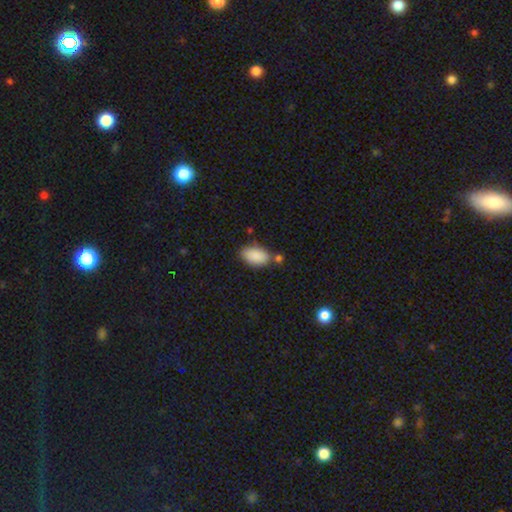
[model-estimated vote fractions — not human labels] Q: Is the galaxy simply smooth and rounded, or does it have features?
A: smooth — 89%.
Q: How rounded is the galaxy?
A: in between — 93%.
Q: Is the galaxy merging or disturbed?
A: none — 66%.